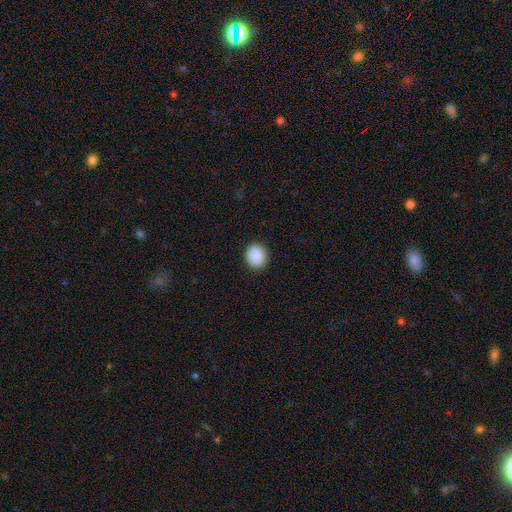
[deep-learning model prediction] Overall: smooth (90%). How rounded: round (69%; in between 30%). Merging: none (90%).